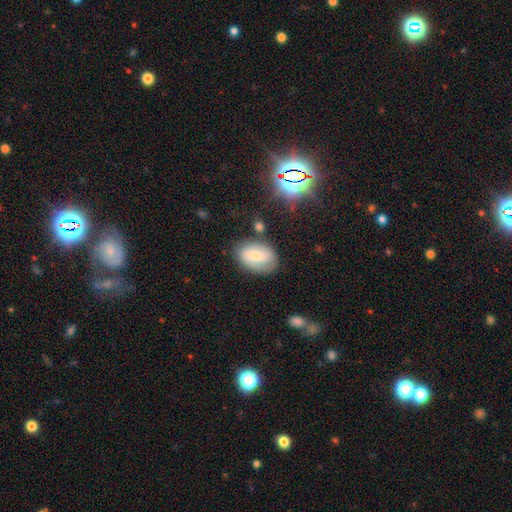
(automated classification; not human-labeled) A smooth galaxy with no disk features (64%) that is in between round and cigar-shaped (84%).

Vote fractions:
- Smooth or featured? smooth: 64% / featured or disk: 26% / star or artifact: 9%
- How rounded? in between: 84% / round: 15% / cigar-shaped: 1%
- Merging? none: 70% / minor disturbance: 19% / major disturbance: 6% / merger: 5%